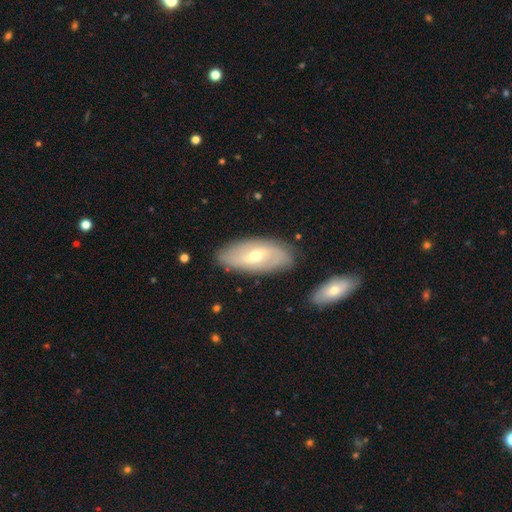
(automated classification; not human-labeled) featured or disk 64%, smooth 29%, star or artifact 7%. Down the decision tree: edge-on disk — no (89%); bar — weak (52%); spiral arms — yes (73%); bulge size — moderate (50%); merging — none (83%).